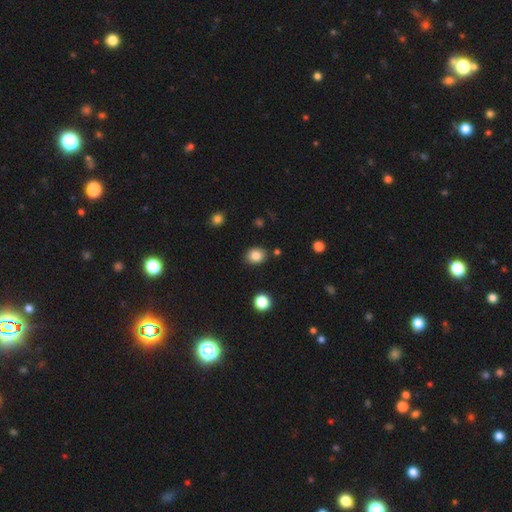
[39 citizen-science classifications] smooth_or_featured: smooth (p=0.87) [alt: star or artifact p=0.08]
how_rounded: round (p=0.65) [alt: in between p=0.35]
merging: none (p=0.92) [alt: minor disturbance p=0.06]